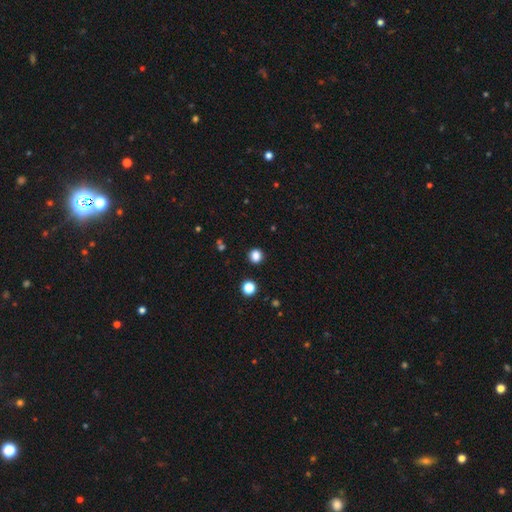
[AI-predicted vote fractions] smooth_or_featured: smooth (p=0.84) [alt: star or artifact p=0.13]
how_rounded: round (p=0.89) [alt: in between p=0.10]
merging: none (p=0.91) [alt: minor disturbance p=0.05]